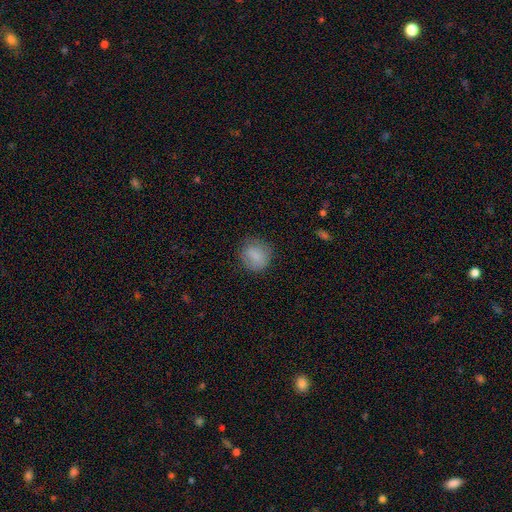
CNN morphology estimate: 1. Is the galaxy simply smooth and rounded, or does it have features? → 83% smooth, 9% featured or disk, 8% star or artifact.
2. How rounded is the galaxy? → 81% round, 18% in between, 1% cigar-shaped.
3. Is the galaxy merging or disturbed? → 77% none, 16% minor disturbance, 5% major disturbance, 1% merger.